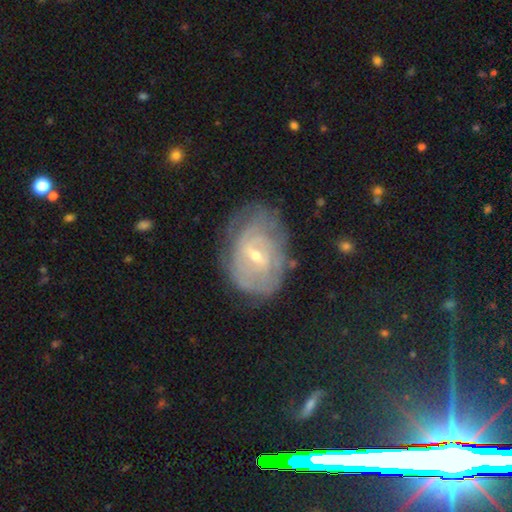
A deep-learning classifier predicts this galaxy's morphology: smooth-or-featured: featured or disk: 79% | smooth: 14% | star or artifact: 7%
  disk-edge-on: no: 96% | yes: 4%
    bar: weak: 58% | no: 25% | strong: 17%
    has-spiral-arms: yes: 87% | no: 13%
      spiral-winding: tight: 66% | medium: 26% | loose: 8%
      spiral-arm-count: can't tell: 54% | 2: 22% | 3: 10% | 4: 6% | 1: 5% | more than 4: 4%
    bulge-size: small: 63% | moderate: 34% | large: 1% | none: 1% | dominant: 1%
  merging: none: 61% | minor disturbance: 25% | major disturbance: 12% | merger: 2%